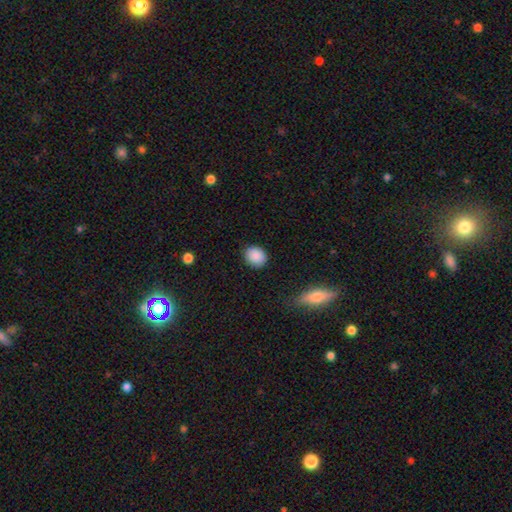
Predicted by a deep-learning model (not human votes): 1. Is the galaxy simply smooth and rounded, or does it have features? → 88% smooth, 8% star or artifact, 4% featured or disk.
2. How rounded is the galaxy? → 62% round, 36% in between, 1% cigar-shaped.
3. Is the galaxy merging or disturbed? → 86% none, 10% minor disturbance, 2% major disturbance, 1% merger.